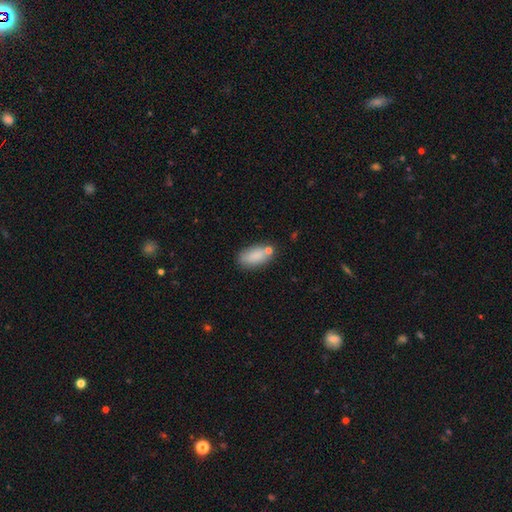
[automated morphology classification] smooth 85%, featured or disk 8%, star or artifact 7%. Down the decision tree: how rounded — in between (91%); merging — none (66%).